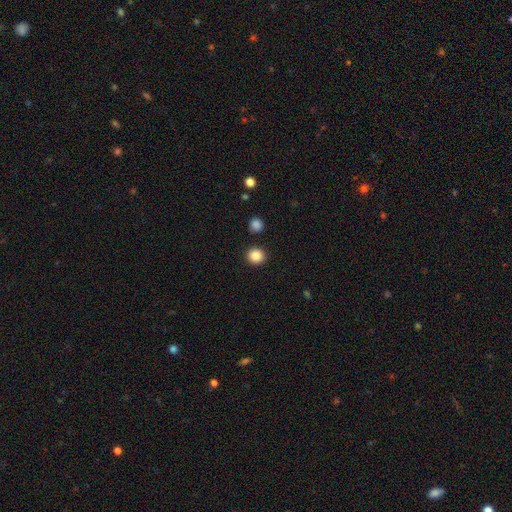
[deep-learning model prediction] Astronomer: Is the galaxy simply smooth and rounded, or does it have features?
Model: smooth — 87%.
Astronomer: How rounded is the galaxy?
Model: round — 90%.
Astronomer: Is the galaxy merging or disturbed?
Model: none — 91%.